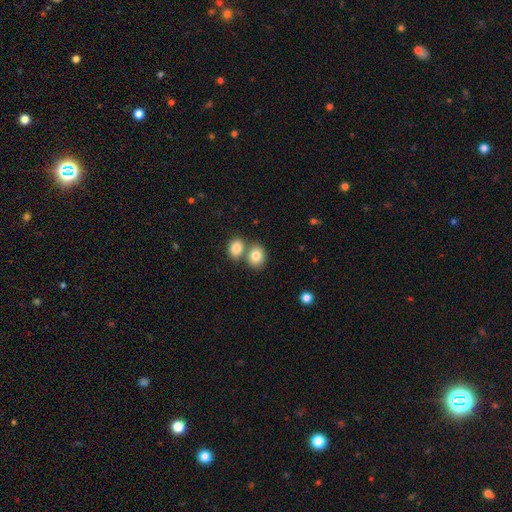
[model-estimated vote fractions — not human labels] A smooth galaxy with no disk features (83%) that is in between round and cigar-shaped (51%). Merging: none (50%).